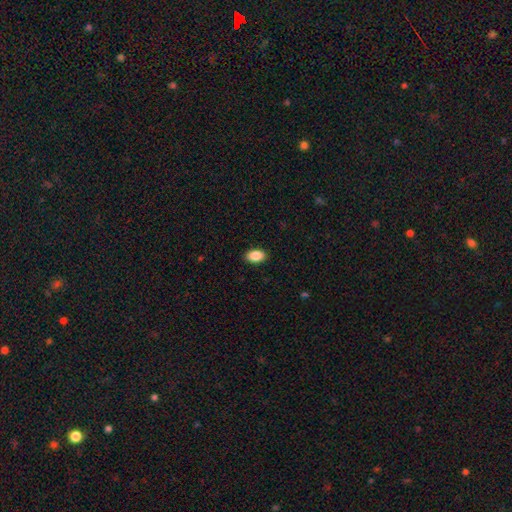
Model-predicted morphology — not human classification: smooth 89%, star or artifact 7%, featured or disk 4%. Down the decision tree: how rounded — in between (92%); merging — none (89%).